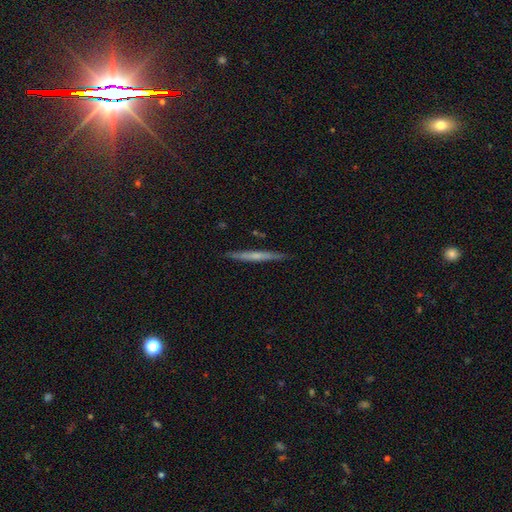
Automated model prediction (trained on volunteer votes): A featured or disk galaxy (52%) viewed edge-on (96%) with no central bulge (64%).

Vote fractions:
- Smooth or featured? featured or disk: 52% / smooth: 41% / star or artifact: 6%
- Edge-on disk? yes: 96% / no: 4%
- Edge-on bulge? none: 64% / rounded: 29% / boxy: 7%
- Merging? none: 90% / minor disturbance: 8% / major disturbance: 1% / merger: 1%